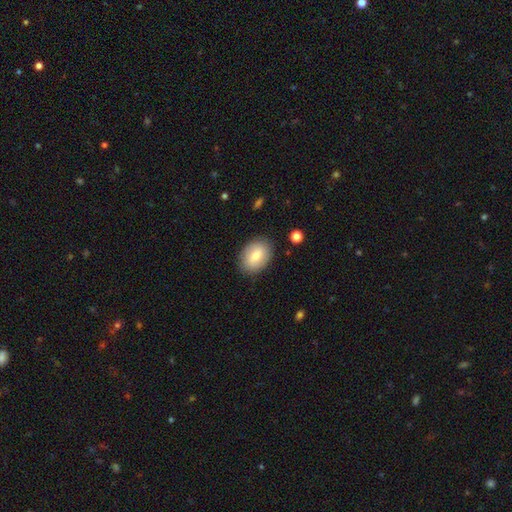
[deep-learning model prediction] This is likely a smooth galaxy (75%). How rounded: likely in between (79%). Merging: clearly none (86%).